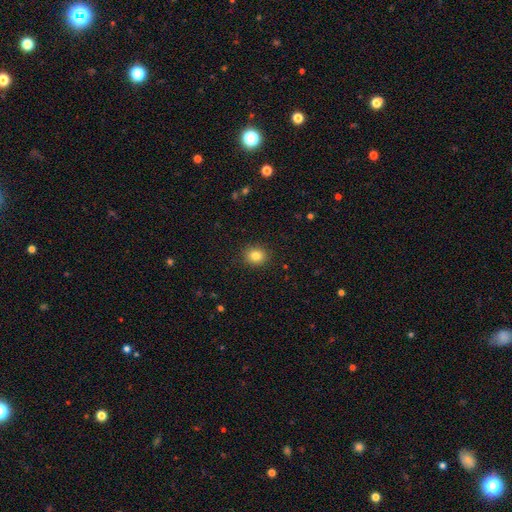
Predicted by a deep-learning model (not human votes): smooth_or_featured: smooth (p=0.83) [alt: star or artifact p=0.11]
how_rounded: round (p=0.78) [alt: in between p=0.21]
merging: none (p=0.90) [alt: minor disturbance p=0.07]